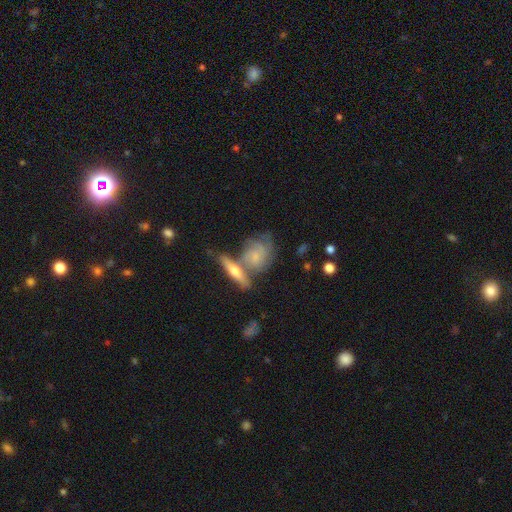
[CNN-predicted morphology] smooth_or_featured: featured or disk (p=0.61) [alt: smooth p=0.32]
disk_edge_on: no (p=0.81) [alt: yes p=0.19]
merging: none (p=0.43) [alt: merger p=0.27]